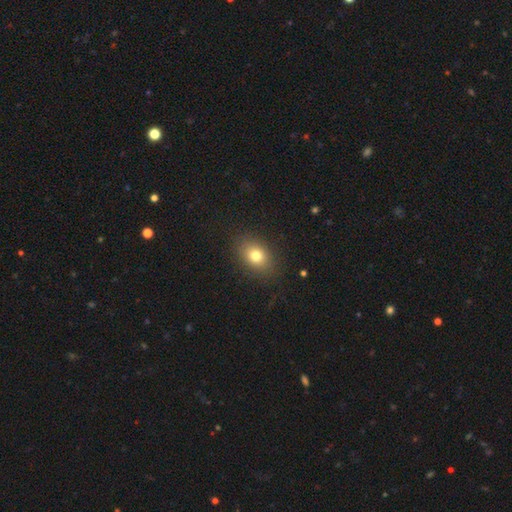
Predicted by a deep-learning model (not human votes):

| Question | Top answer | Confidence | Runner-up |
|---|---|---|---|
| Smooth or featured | smooth | 77% | featured or disk (12%) |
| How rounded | in between | 71% | round (27%) |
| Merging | none | 87% | minor disturbance (9%) |